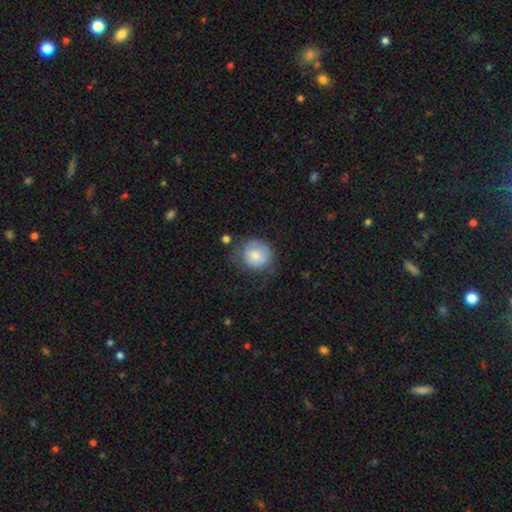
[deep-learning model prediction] A smooth galaxy with no disk features (73%) that is round (84%). Merging: none (49%).